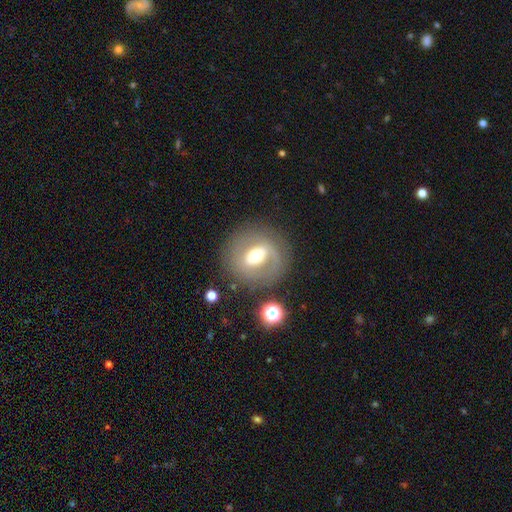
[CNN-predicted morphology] Smooth or featured? featured or disk (58%)
Edge-on disk? no (93%)
Bar? weak (37%, tied with strong)
Spiral arms? no (65%)
Bulge size? moderate (64%)
Merging? none (76%)